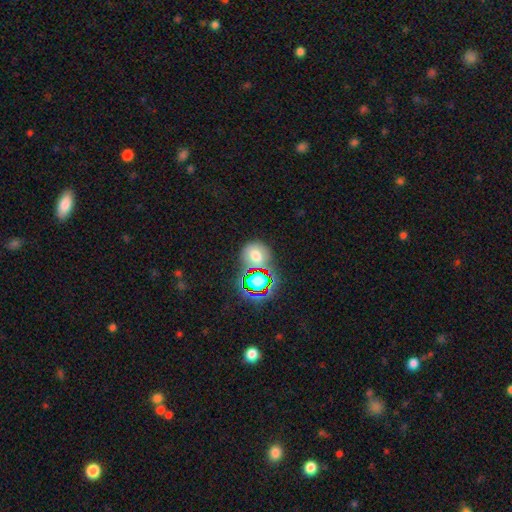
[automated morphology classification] Overall: smooth (63%; star or artifact 25%). How rounded: round (74%). Merging: none (62%).